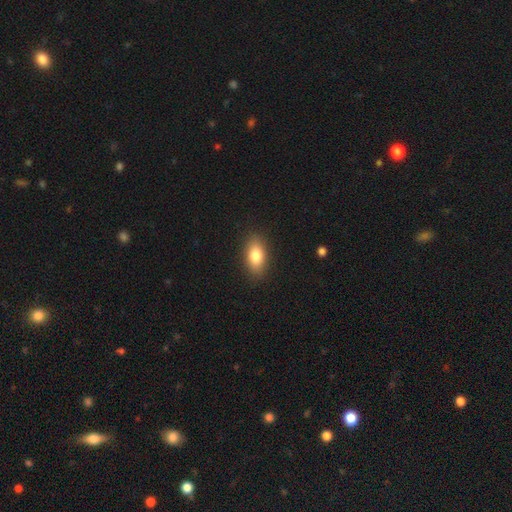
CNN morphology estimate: Smooth or featured?
  - smooth: 82% *
  - featured or disk: 10%
  - star or artifact: 7%
How rounded?
  - in between: 88% *
  - cigar-shaped: 7%
  - round: 6%
Merging?
  - none: 88% *
  - minor disturbance: 9%
  - major disturbance: 2%
  - merger: 1%